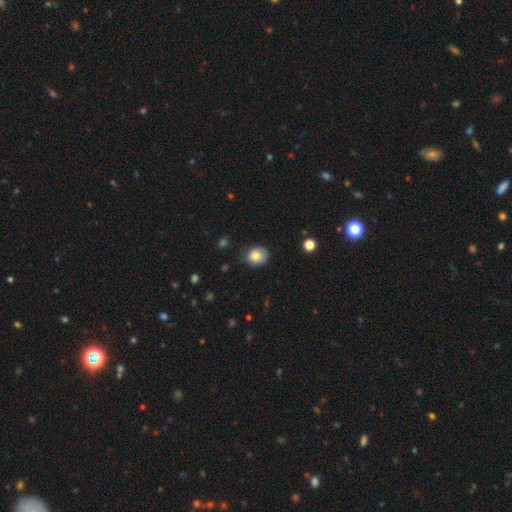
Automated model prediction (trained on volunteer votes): A smooth galaxy with no disk features (80%) that is round (64%). Merging: none (72%).